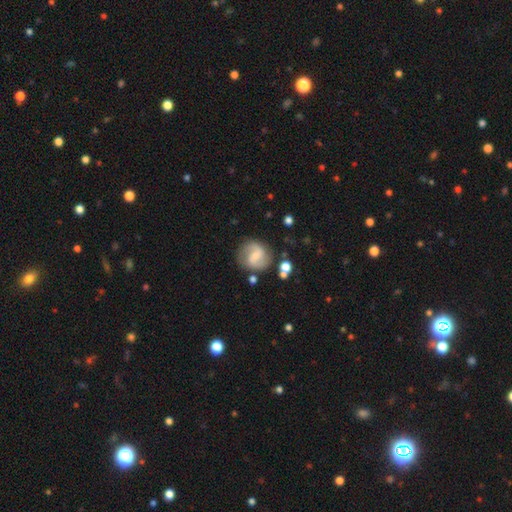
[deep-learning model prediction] A featured or disk galaxy (65%) with a weak bar (50%), 2 (88%) medium (43%) spiral arms (90%) and a small central bulge (47%).

Vote fractions:
- Smooth or featured? featured or disk: 65% / smooth: 28% / star or artifact: 7%
- Edge-on disk? no: 98% / yes: 2%
- Bar? weak: 50% / no: 27% / strong: 23%
- Spiral arms? yes: 90% / no: 10%
- Spiral winding? medium: 43% / loose: 41% / tight: 16%
- Spiral arm count? 2: 88% / can't tell: 6% / 1: 3% / 3: 1% / 4: 1% / more than 4: 1%
- Bulge size? small: 47% / moderate: 24% / none: 23% / large: 3% / dominant: 1%
- Merging? none: 76% / minor disturbance: 14% / major disturbance: 6% / merger: 5%